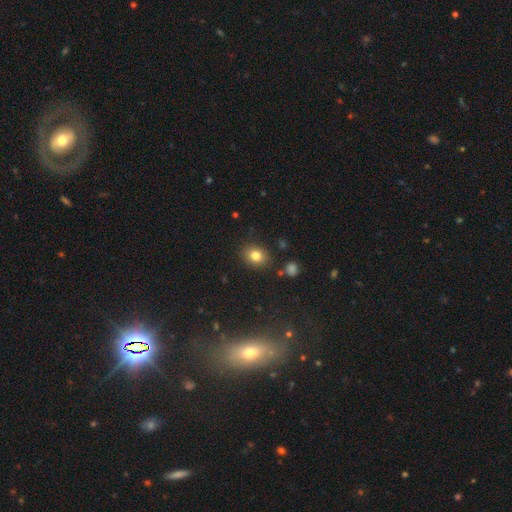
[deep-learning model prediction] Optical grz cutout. It shows a smooth galaxy with no disk features (80%) that is round (57%). Merging: none (86%).